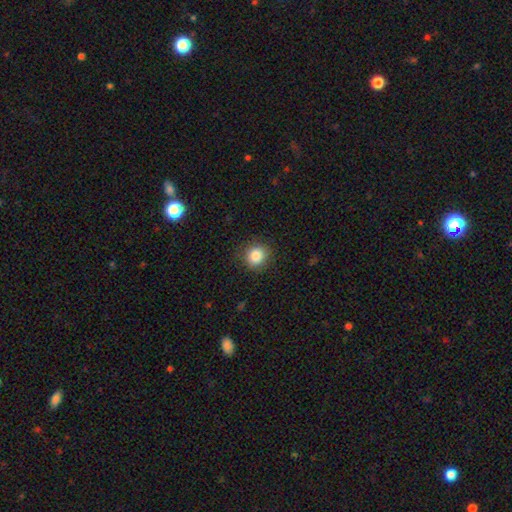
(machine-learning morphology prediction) Overall: smooth (86%). How rounded: round (82%). Merging: none (86%).